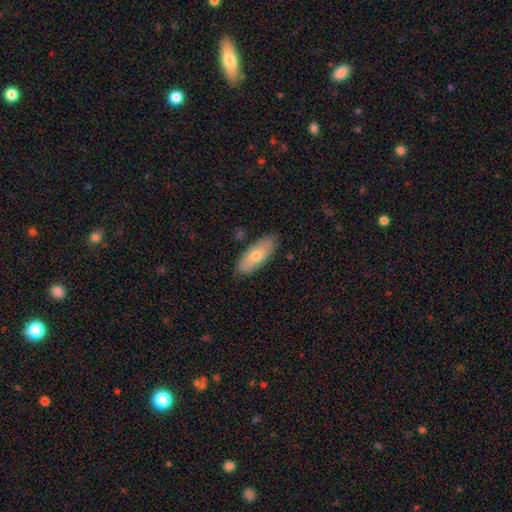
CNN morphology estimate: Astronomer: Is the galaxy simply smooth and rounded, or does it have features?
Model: smooth — 68%.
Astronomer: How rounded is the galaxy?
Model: in between — 73%.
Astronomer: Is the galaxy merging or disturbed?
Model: none — 84%.